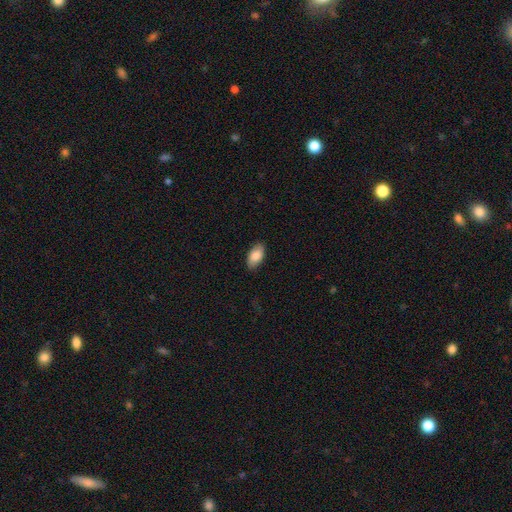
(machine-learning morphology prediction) Smooth or featured?
  - smooth: 84% *
  - featured or disk: 9%
  - star or artifact: 6%
How rounded?
  - in between: 94% *
  - round: 3%
  - cigar-shaped: 3%
Merging?
  - none: 87% *
  - minor disturbance: 10%
  - major disturbance: 2%
  - merger: 1%